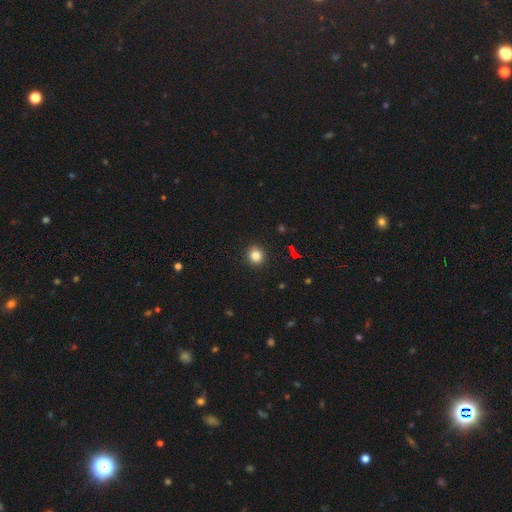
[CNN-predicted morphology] Q: Smooth or featured?
A: smooth (82%); runner-up: star or artifact (12%)
Q: How rounded?
A: round (91%); runner-up: in between (8%)
Q: Merging?
A: none (92%); runner-up: minor disturbance (5%)